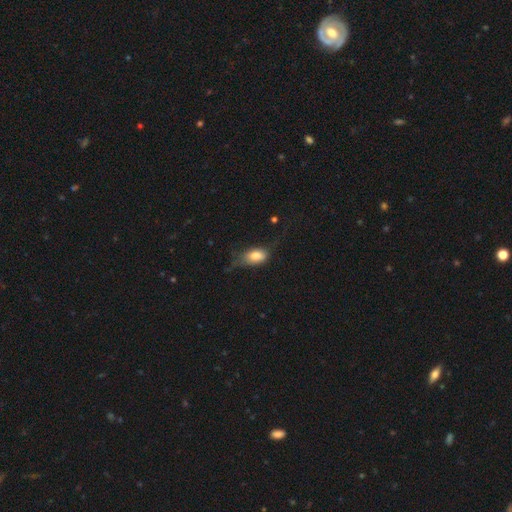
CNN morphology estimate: Smooth or featured? Predicted: smooth (p=0.76). How rounded? Predicted: in between (p=0.87). Merging? Predicted: none (p=0.36).